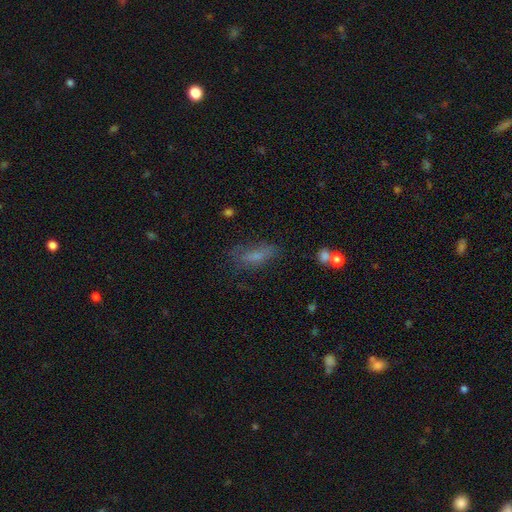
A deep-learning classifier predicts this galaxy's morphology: Smooth or featured?
  - smooth: 63% *
  - featured or disk: 22%
  - star or artifact: 15%
How rounded?
  - in between: 63% *
  - cigar-shaped: 33%
  - round: 4%
Merging?
  - none: 56% *
  - minor disturbance: 25%
  - major disturbance: 16%
  - merger: 3%